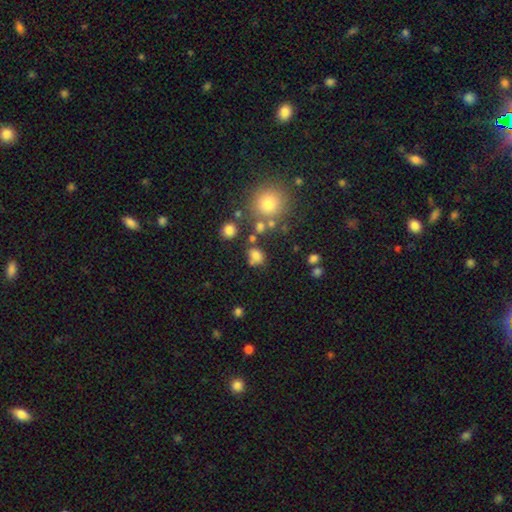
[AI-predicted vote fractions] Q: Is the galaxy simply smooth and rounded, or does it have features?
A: smooth — 75%.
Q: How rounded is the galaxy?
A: round — 59%.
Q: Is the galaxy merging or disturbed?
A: none — 63%.